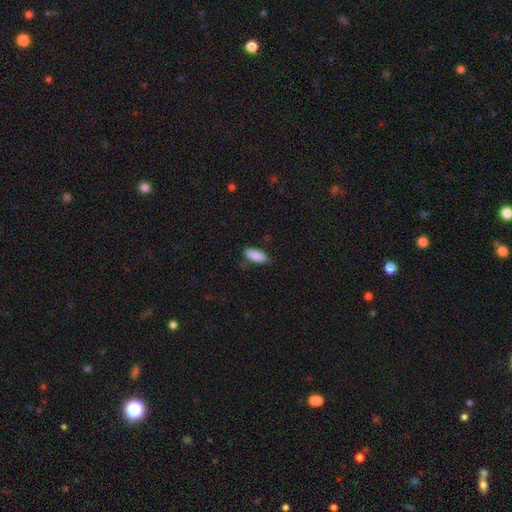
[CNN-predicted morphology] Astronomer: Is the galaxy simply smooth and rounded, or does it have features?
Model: smooth — 89%.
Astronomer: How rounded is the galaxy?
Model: in between — 80%.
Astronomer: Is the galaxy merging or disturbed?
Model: none — 77%.